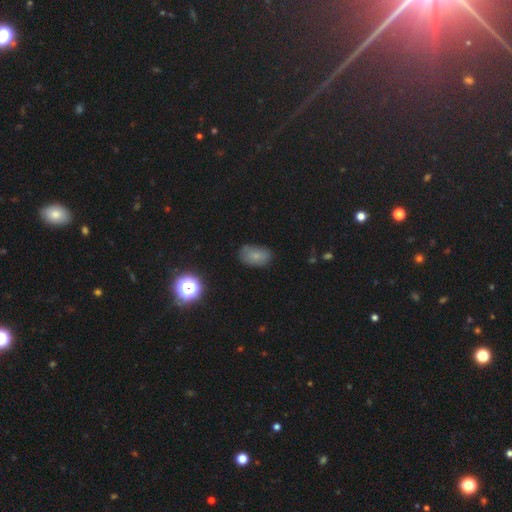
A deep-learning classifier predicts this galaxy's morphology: A smooth galaxy with no disk features (73%) that is in between round and cigar-shaped (86%).

Vote fractions:
- Smooth or featured? smooth: 73% / featured or disk: 14% / star or artifact: 13%
- How rounded? in between: 86% / round: 13% / cigar-shaped: 1%
- Merging? none: 67% / minor disturbance: 24% / major disturbance: 6% / merger: 2%